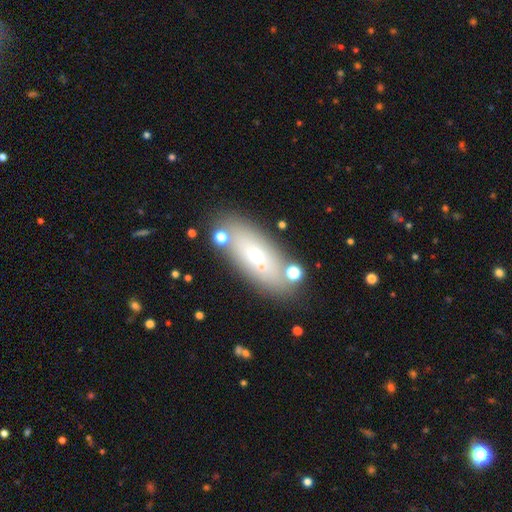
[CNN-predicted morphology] smooth-or-featured: smooth: 52% | featured or disk: 35% | star or artifact: 13%
  how-rounded: in between: 72% | cigar-shaped: 21% | round: 7%
  merging: none: 74% | minor disturbance: 11% | merger: 11% | major disturbance: 4%